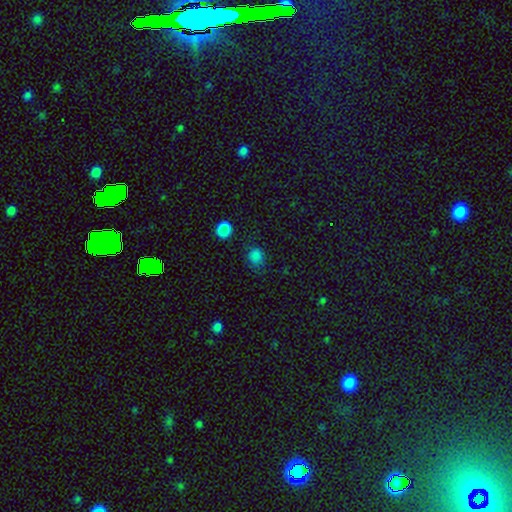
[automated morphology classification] Smooth or featured: smooth — 80% (star or artifact — 16%)
How rounded: round — 70% (in between — 29%)
Merging: none — 74% (minor disturbance — 18%)